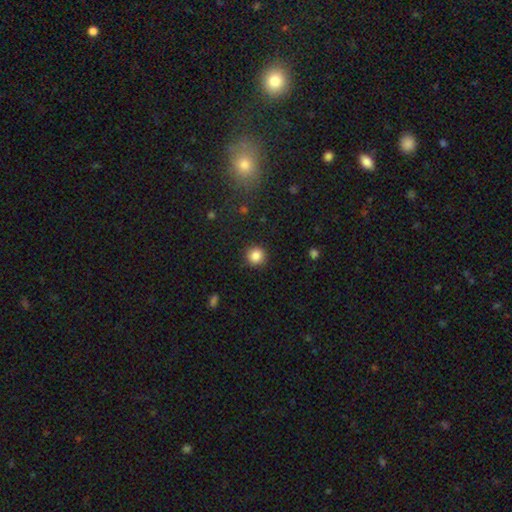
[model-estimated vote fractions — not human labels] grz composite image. It shows a smooth galaxy with no disk features (86%) that is round (93%). Merging: none (91%).